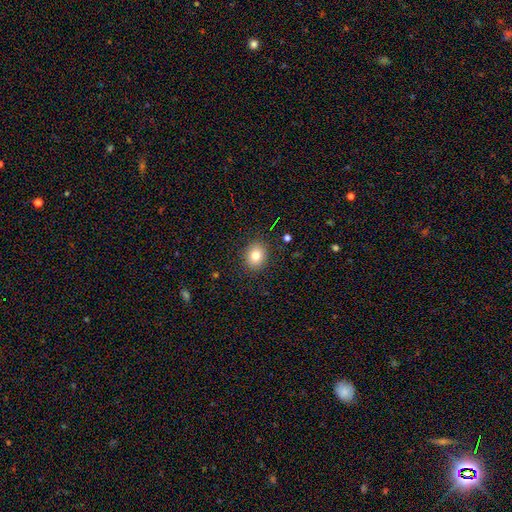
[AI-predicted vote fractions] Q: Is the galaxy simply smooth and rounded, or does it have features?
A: smooth — 81%.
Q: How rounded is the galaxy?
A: round — 60%.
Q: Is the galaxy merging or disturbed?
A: none — 88%.